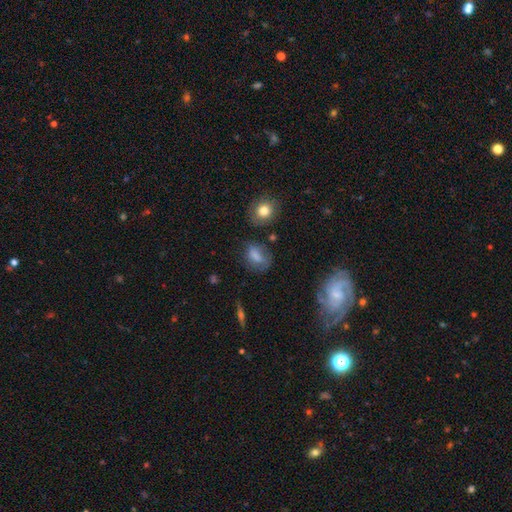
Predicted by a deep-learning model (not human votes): The model was most divided on "merging": none: 56%, minor disturbance: 26%, major disturbance: 14%, merger: 4%. More confident: smooth or featured — smooth (72%); how rounded — in between (67%).